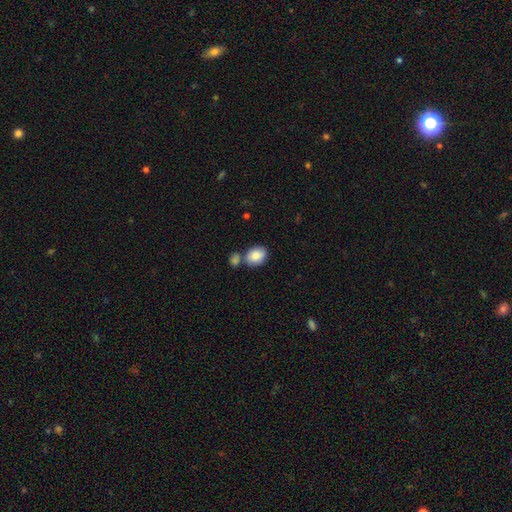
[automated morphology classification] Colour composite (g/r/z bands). It shows a smooth galaxy with no disk features (85%) that is in between round and cigar-shaped (62%). Merging: none (56%).